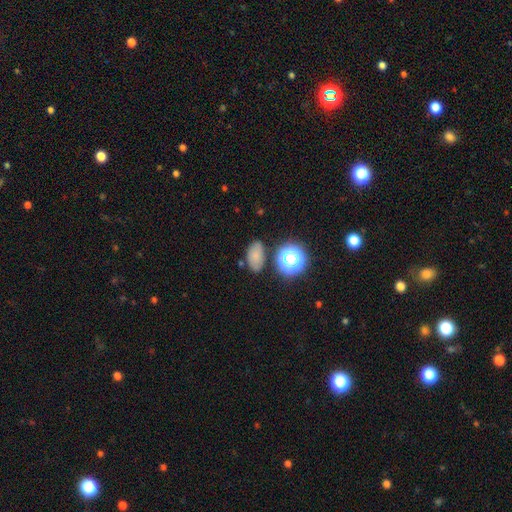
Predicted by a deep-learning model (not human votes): Morphology: type=smooth (70%); roundness=in between (84%); merging=none (71%).